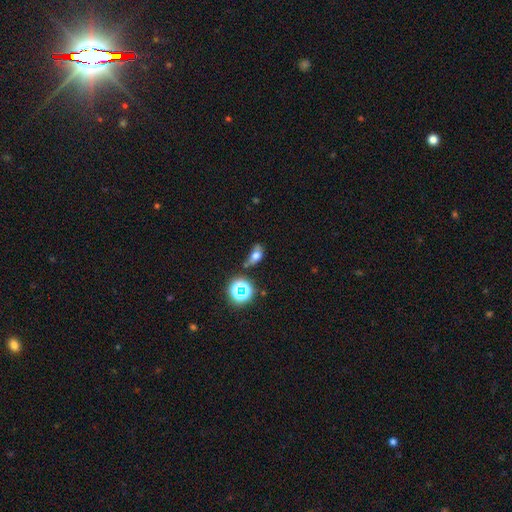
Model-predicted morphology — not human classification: type=smooth (60%); roundness=in between (75%); merging=none (38%).